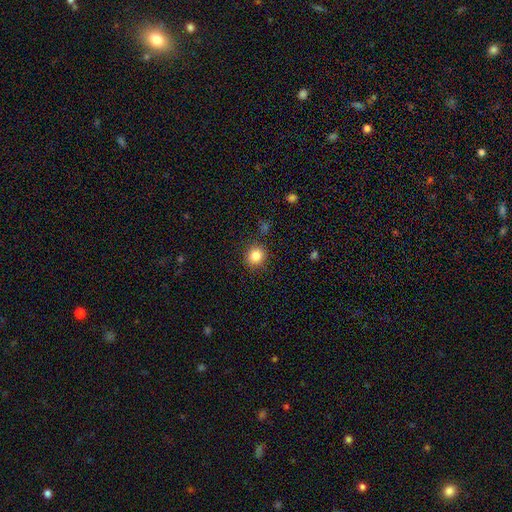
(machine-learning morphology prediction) Smooth or featured? Predicted: smooth (p=0.84). How rounded? Predicted: round (p=0.87). Merging? Predicted: none (p=0.87).